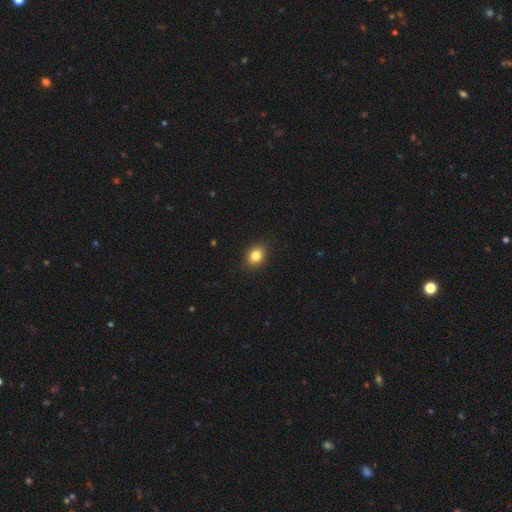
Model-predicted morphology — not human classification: This is clearly a smooth galaxy (82%). How rounded: possibly round (52%). Merging: clearly none (89%).